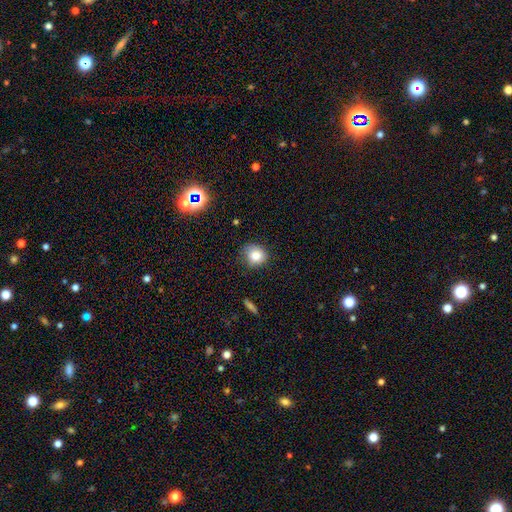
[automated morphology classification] Smooth or featured: smooth — 80% (star or artifact — 11%)
How rounded: round — 77% (in between — 22%)
Merging: none — 71% (minor disturbance — 23%)